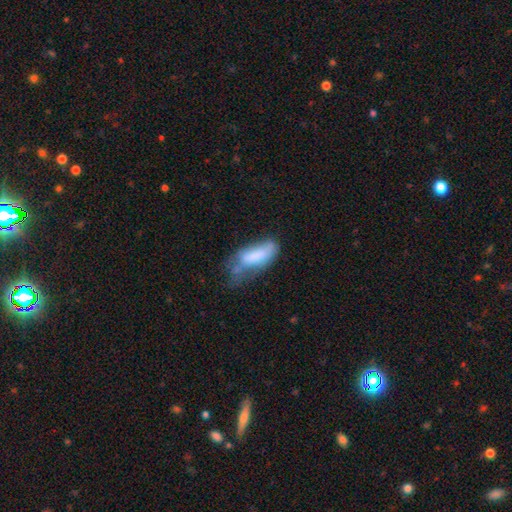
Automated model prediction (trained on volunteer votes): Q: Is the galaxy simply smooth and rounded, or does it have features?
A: smooth — 69%.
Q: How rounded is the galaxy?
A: in between — 75%.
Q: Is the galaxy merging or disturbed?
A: major disturbance — 35%.